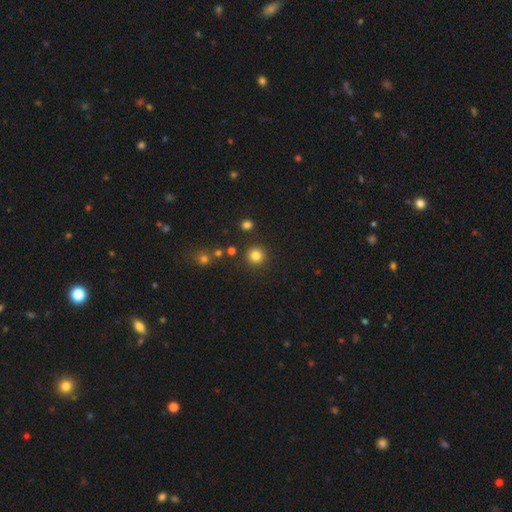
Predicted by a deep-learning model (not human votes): Smooth or featured?
  - smooth: 82% *
  - star or artifact: 13%
  - featured or disk: 5%
How rounded?
  - round: 95% *
  - in between: 4%
  - cigar-shaped: 1%
Merging?
  - none: 89% *
  - minor disturbance: 6%
  - merger: 3%
  - major disturbance: 2%